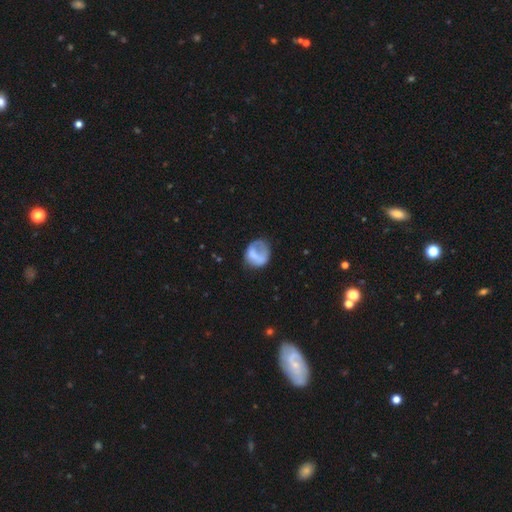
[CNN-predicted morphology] A smooth galaxy with no disk features (61%) that is round (65%). Merging: none (39%).